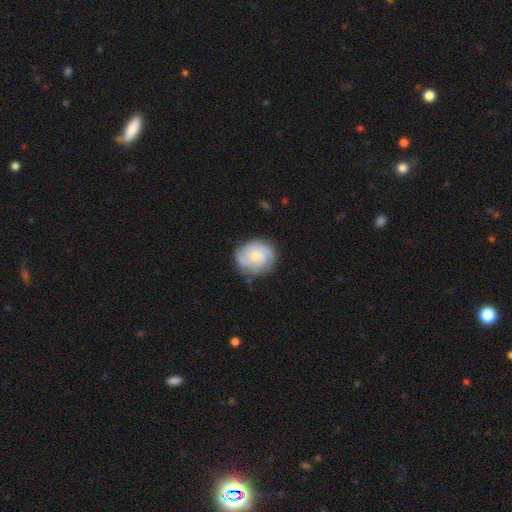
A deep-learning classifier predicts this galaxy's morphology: smooth_or_featured: featured or disk (p=0.74) [alt: smooth p=0.20]
disk_edge_on: no (p=0.98) [alt: yes p=0.02]
bar: no (p=0.75) [alt: weak p=0.22]
has_spiral_arms: yes (p=0.94) [alt: no p=0.06]
spiral_winding: tight (p=0.57) [alt: medium p=0.34]
spiral_arm_count: 3 (p=0.35) [alt: 2 p=0.27]
bulge_size: small (p=0.64) [alt: moderate p=0.30]
merging: none (p=0.77) [alt: minor disturbance p=0.16]